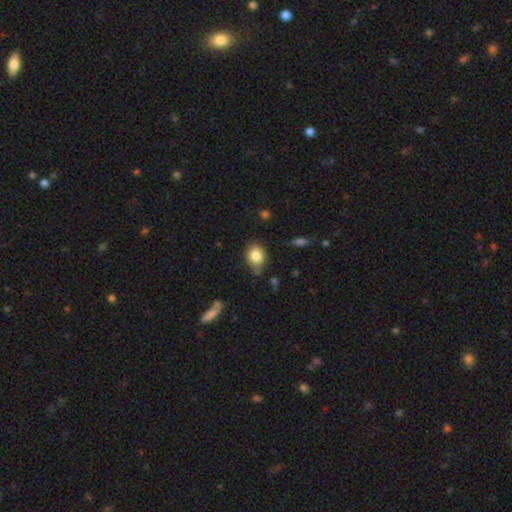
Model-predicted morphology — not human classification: This is clearly a smooth galaxy (82%). How rounded: possibly in between (50%). Merging: likely none (64%).